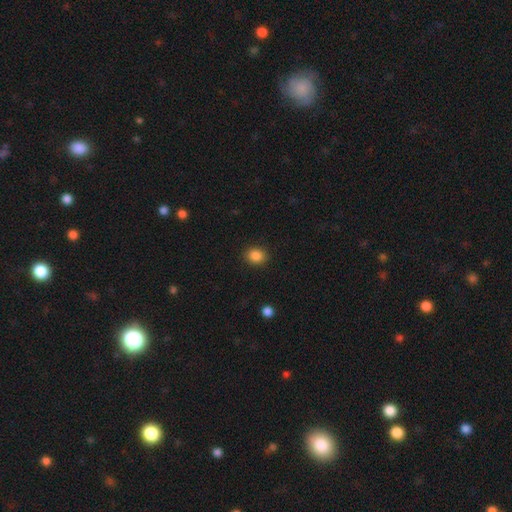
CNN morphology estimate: type=smooth (87%); roundness=round (57%); merging=none (89%).